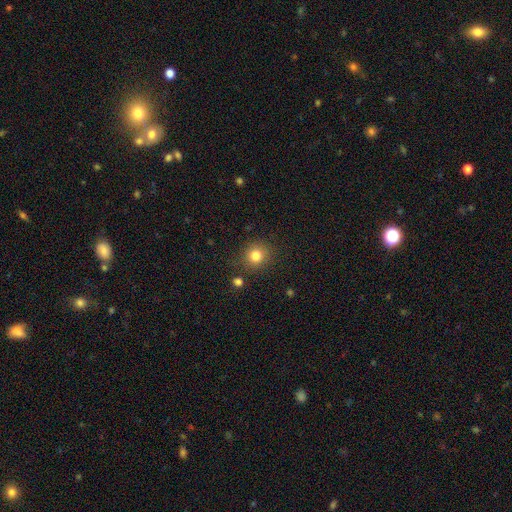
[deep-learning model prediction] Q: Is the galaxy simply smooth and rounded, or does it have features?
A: smooth — 82%.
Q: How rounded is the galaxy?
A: round — 87%.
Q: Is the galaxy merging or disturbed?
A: none — 86%.